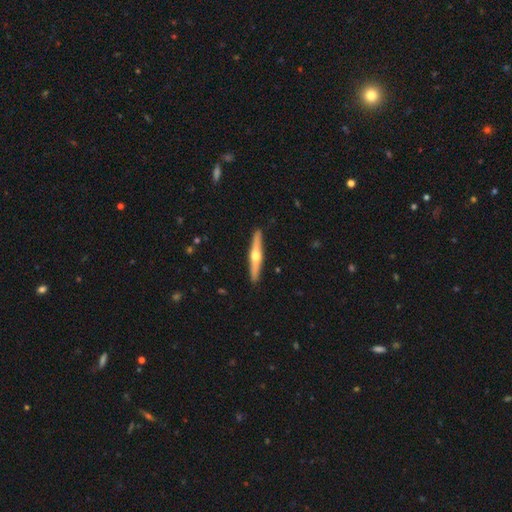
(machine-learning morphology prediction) The model was most divided on "smooth or featured": featured or disk: 69%, smooth: 27%, star or artifact: 5%. More confident: edge-on disk — yes (97%); edge-on bulge — rounded (94%); merging — none (92%).